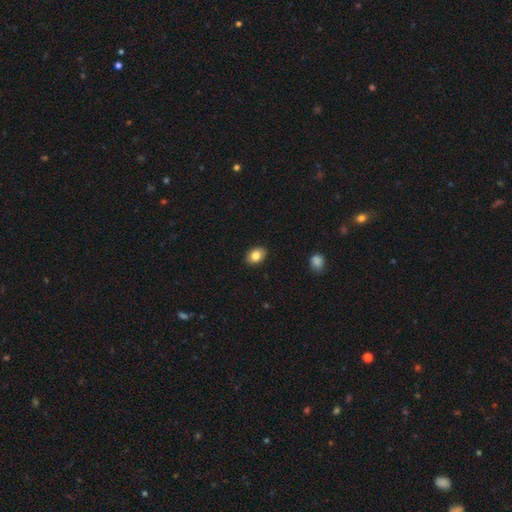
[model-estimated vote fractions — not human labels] Smooth or featured? smooth (83%)
How rounded? in between (74%)
Merging? none (90%)